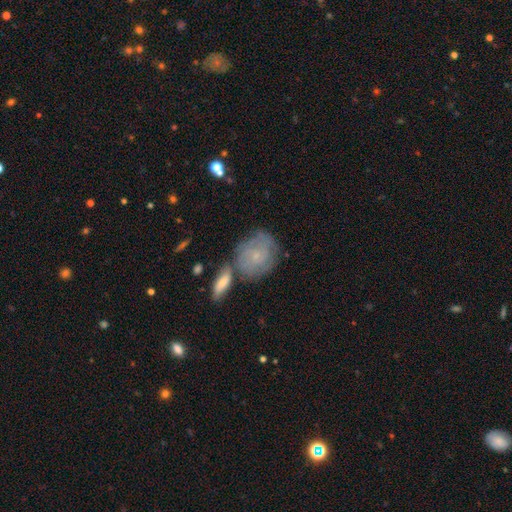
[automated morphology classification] Q: Smooth or featured?
A: featured or disk (50%); runner-up: smooth (42%)
Q: Merging?
A: none (58%); runner-up: minor disturbance (19%)